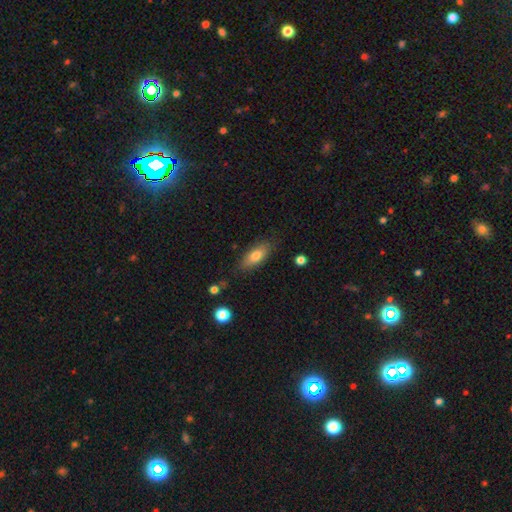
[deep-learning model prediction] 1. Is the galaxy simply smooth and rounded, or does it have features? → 75% smooth, 18% featured or disk, 7% star or artifact.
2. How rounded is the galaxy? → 75% in between, 22% cigar-shaped, 3% round.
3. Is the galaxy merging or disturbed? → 80% none, 15% minor disturbance, 3% major disturbance, 2% merger.